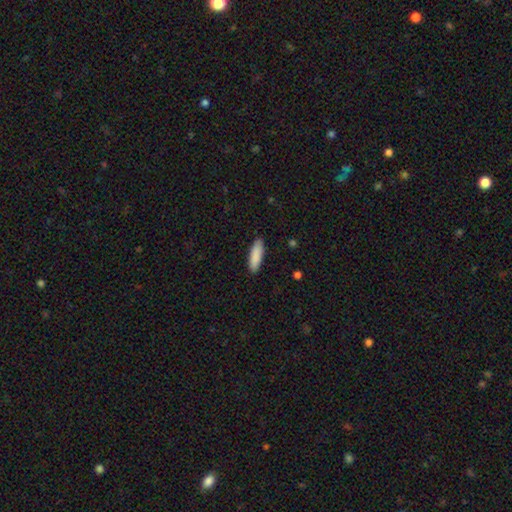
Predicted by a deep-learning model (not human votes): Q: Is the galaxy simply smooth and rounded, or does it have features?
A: smooth — 89%.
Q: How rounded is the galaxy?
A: cigar-shaped — 54%.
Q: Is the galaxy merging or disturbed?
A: none — 89%.